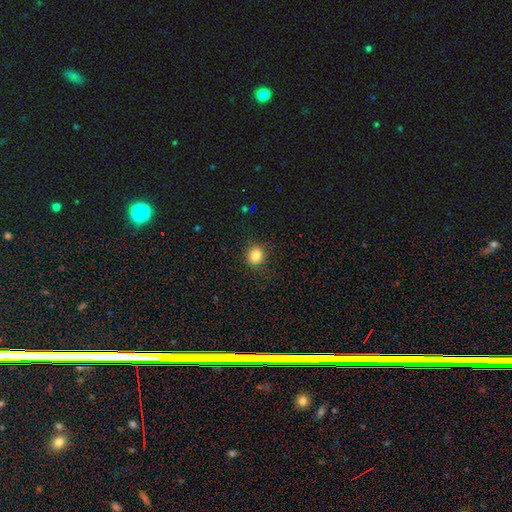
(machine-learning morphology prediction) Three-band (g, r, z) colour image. It shows a smooth galaxy with no disk features (83%) that is round (88%). Merging: none (89%).